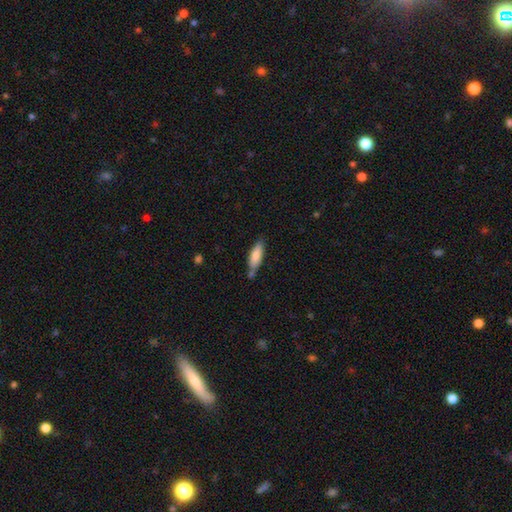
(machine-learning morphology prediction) type=smooth (79%); roundness=in between (54%); merging=none (64%).